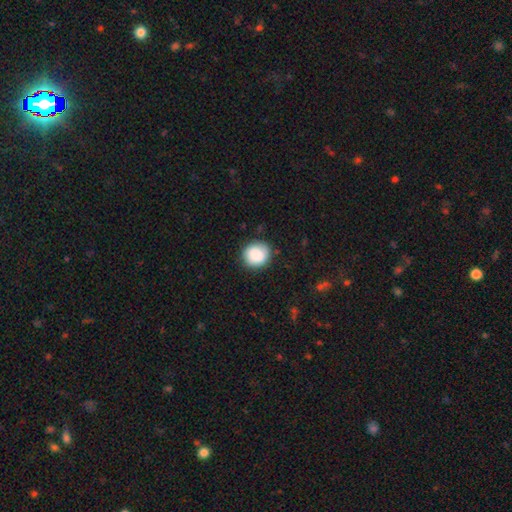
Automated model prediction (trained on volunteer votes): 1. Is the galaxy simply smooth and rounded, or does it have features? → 88% smooth, 7% star or artifact, 5% featured or disk.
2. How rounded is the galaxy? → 88% round, 11% in between, 1% cigar-shaped.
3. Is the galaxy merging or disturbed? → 85% none, 11% minor disturbance, 3% major disturbance, 1% merger.